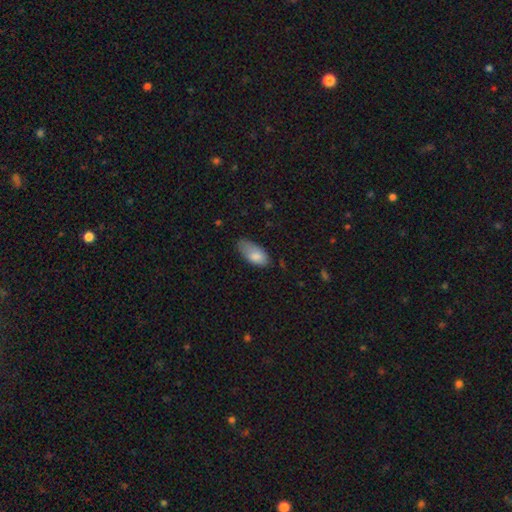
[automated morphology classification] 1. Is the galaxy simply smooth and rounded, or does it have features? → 82% smooth, 11% featured or disk, 7% star or artifact.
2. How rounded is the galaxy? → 92% in between, 6% cigar-shaped, 2% round.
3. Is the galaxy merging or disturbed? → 47% none, 40% minor disturbance, 11% major disturbance, 2% merger.